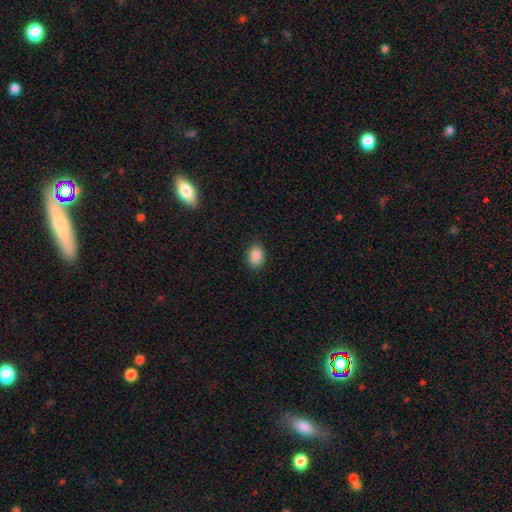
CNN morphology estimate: Q: Smooth or featured?
A: smooth (89%); runner-up: star or artifact (8%)
Q: How rounded?
A: in between (78%); runner-up: round (21%)
Q: Merging?
A: none (87%); runner-up: minor disturbance (9%)